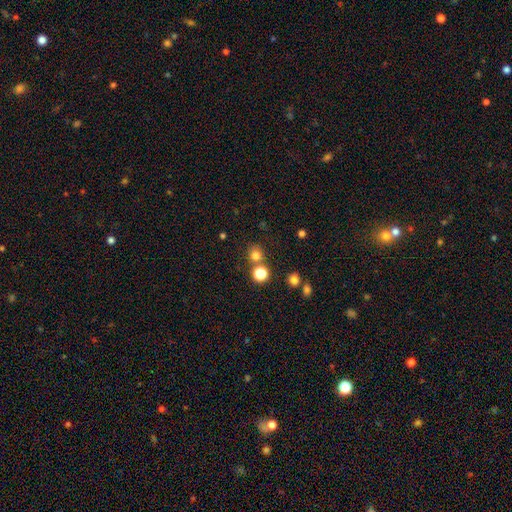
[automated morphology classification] Smooth or featured? Predicted: smooth (p=0.76). How rounded? Predicted: round (p=0.84). Merging? Predicted: none (p=0.72).